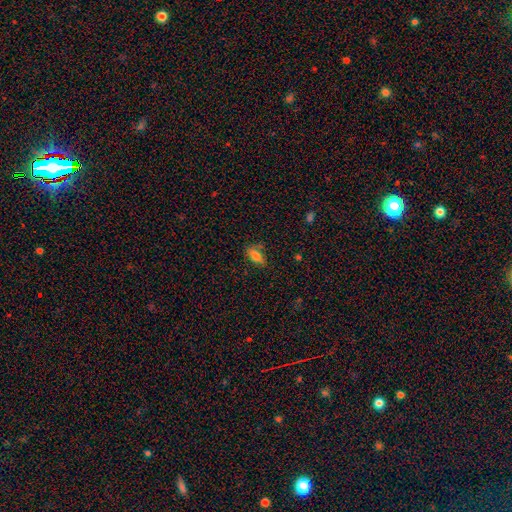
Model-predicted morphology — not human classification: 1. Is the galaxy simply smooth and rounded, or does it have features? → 78% smooth, 11% featured or disk, 11% star or artifact.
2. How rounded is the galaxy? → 84% in between, 10% cigar-shaped, 5% round.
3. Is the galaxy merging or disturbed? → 67% none, 23% minor disturbance, 7% major disturbance, 3% merger.